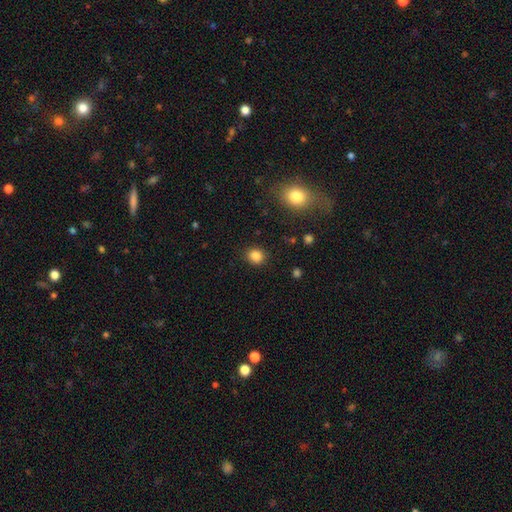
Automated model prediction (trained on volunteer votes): smooth 84%, star or artifact 12%, featured or disk 4%. Down the decision tree: how rounded — round (75%); merging — none (88%).